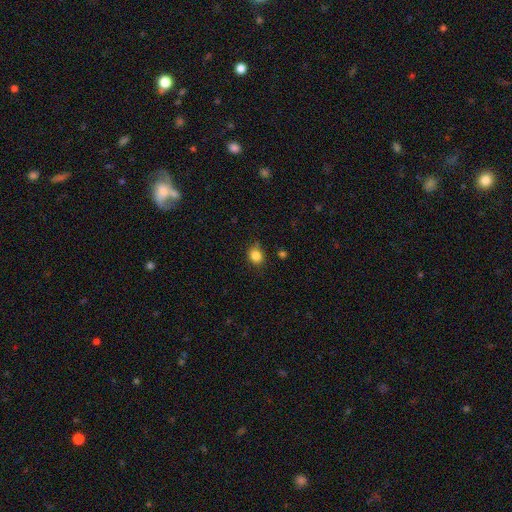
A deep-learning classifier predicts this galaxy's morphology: smooth-or-featured: smooth: 84% | star or artifact: 11% | featured or disk: 5%
  how-rounded: round: 69% | in between: 30% | cigar-shaped: 1%
  merging: none: 75% | minor disturbance: 19% | major disturbance: 4% | merger: 2%